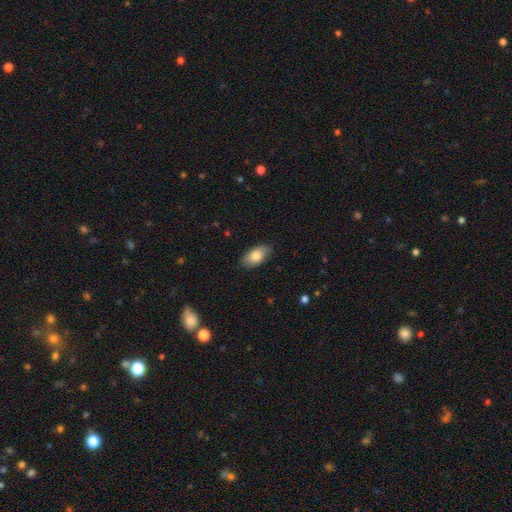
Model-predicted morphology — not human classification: Smooth or featured? Predicted: smooth (p=0.83). How rounded? Predicted: in between (p=0.93). Merging? Predicted: none (p=0.82).